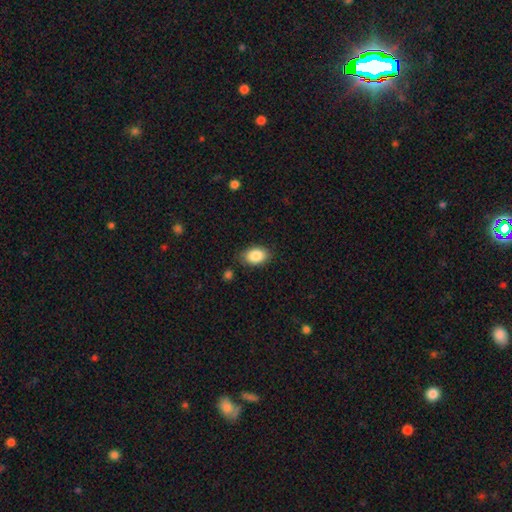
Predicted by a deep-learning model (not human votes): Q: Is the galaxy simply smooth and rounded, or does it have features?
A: smooth — 87%.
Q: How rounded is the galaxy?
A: in between — 87%.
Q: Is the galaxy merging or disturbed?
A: none — 80%.